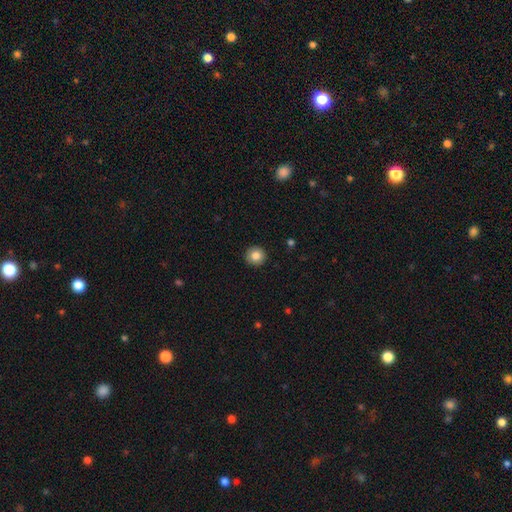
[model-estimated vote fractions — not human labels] Morphology: type=smooth (83%); roundness=round (94%); merging=none (92%).